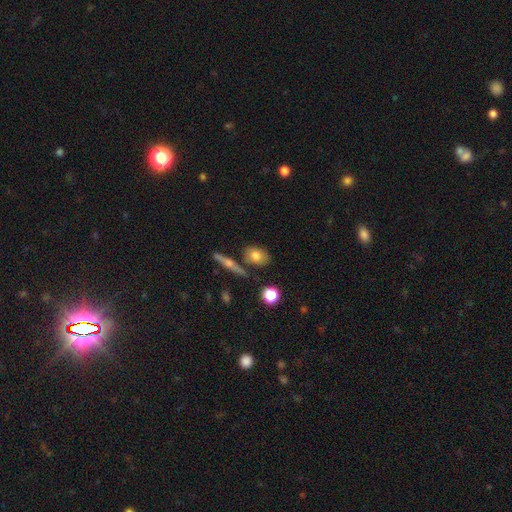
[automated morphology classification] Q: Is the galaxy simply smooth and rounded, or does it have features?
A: smooth — 72%.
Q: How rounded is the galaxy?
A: in between — 64%.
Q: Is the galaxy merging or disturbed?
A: none — 71%.